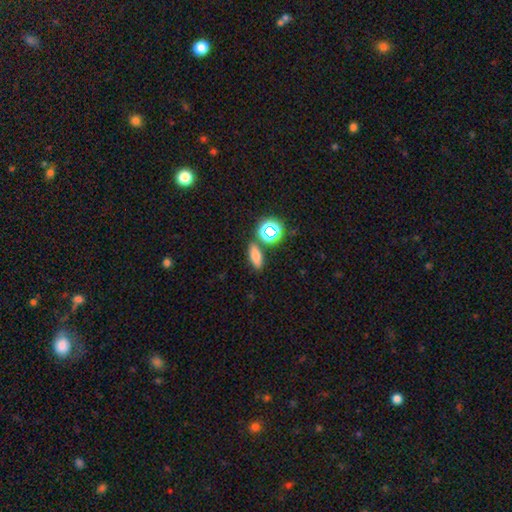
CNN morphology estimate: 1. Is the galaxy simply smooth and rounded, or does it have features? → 73% smooth, 17% star or artifact, 10% featured or disk.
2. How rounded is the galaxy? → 64% in between, 23% cigar-shaped, 13% round.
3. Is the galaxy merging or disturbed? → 79% none, 10% minor disturbance, 9% merger, 3% major disturbance.